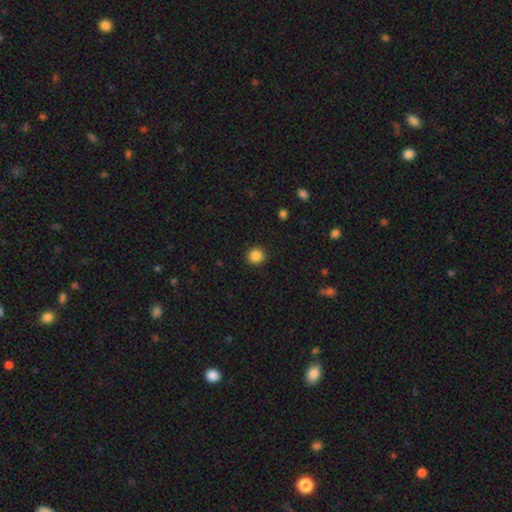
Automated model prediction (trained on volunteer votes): A smooth galaxy with no disk features (87%) that is round (93%).

Vote fractions:
- Smooth or featured? smooth: 87% / star or artifact: 10% / featured or disk: 3%
- How rounded? round: 93% / in between: 6% / cigar-shaped: 1%
- Merging? none: 92% / minor disturbance: 5% / major disturbance: 2% / merger: 1%